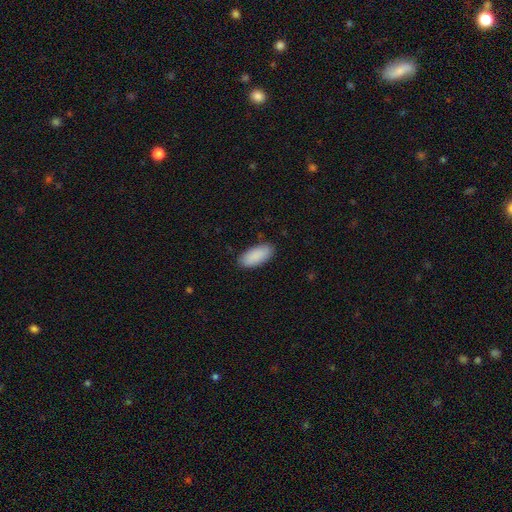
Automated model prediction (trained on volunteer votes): Smooth or featured?
  - smooth: 90% *
  - star or artifact: 6%
  - featured or disk: 4%
How rounded?
  - in between: 90% *
  - cigar-shaped: 8%
  - round: 2%
Merging?
  - none: 86% *
  - minor disturbance: 10%
  - major disturbance: 2%
  - merger: 1%